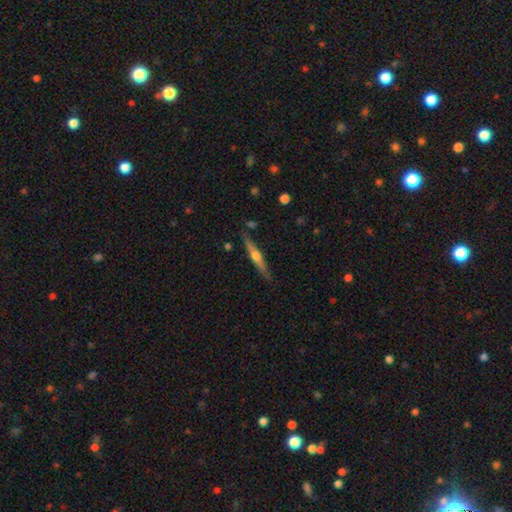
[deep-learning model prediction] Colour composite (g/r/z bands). It shows a featured or disk galaxy (58%) viewed edge-on (96%) with a rounded central bulge (84%). Merging: none (83%).